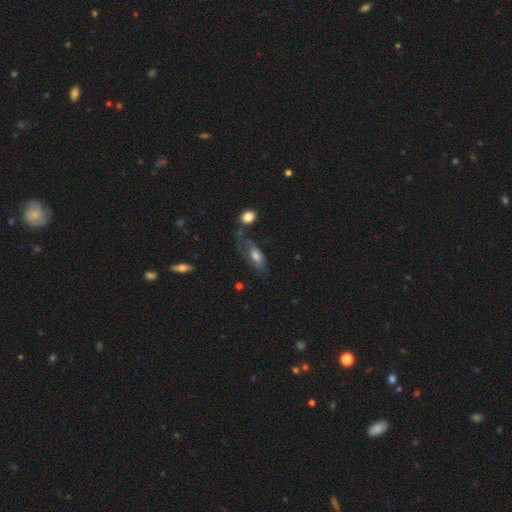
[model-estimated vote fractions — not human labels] Q: Smooth or featured?
A: smooth (54%); runner-up: featured or disk (37%)
Q: How rounded?
A: in between (77%); runner-up: cigar-shaped (18%)
Q: Merging?
A: none (43%); runner-up: minor disturbance (27%)